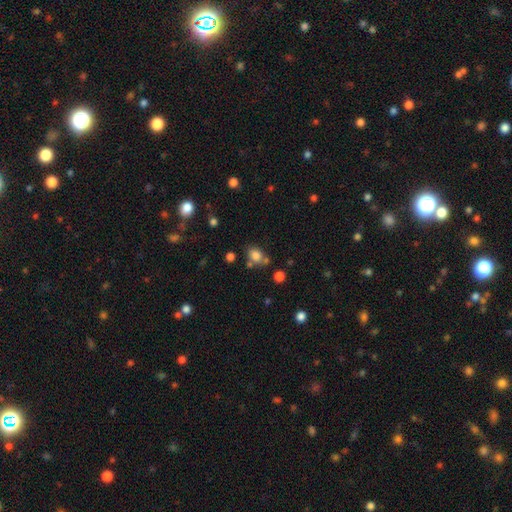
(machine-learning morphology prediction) Q: Smooth or featured?
A: smooth (79%); runner-up: star or artifact (13%)
Q: How rounded?
A: round (51%); runner-up: in between (48%)
Q: Merging?
A: none (62%); runner-up: merger (17%)